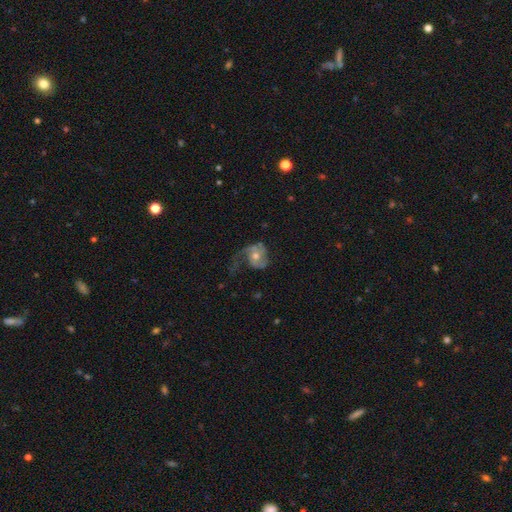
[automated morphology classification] smooth_or_featured: featured or disk (p=0.74) [alt: smooth p=0.18]
disk_edge_on: no (p=0.97) [alt: yes p=0.03]
bar: no (p=0.73) [alt: weak p=0.22]
has_spiral_arms: yes (p=0.89) [alt: no p=0.11]
spiral_winding: loose (p=0.42) [alt: medium p=0.39]
spiral_arm_count: 2 (p=0.55) [alt: 1 p=0.28]
bulge_size: moderate (p=0.59) [alt: small p=0.35]
merging: none (p=0.38) [alt: major disturbance p=0.37]